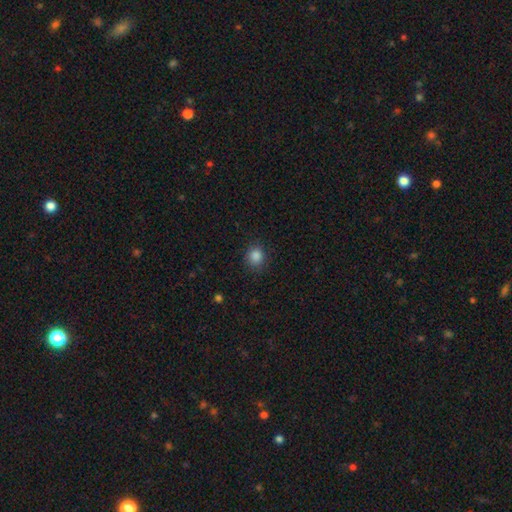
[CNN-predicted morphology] type=smooth (86%); roundness=round (84%); merging=none (86%).